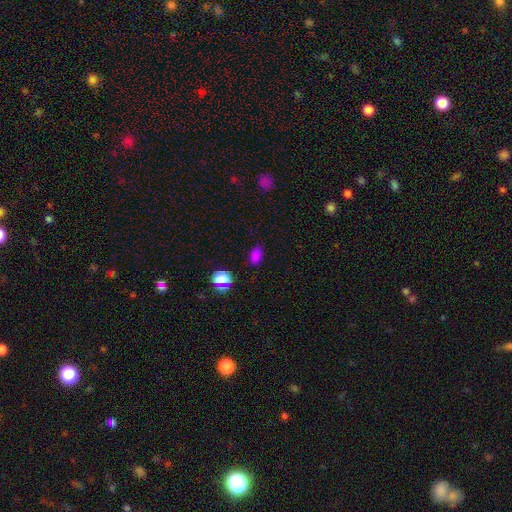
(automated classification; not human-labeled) A smooth galaxy with no disk features (77%) that is in between round and cigar-shaped (83%). Merging: none (83%).